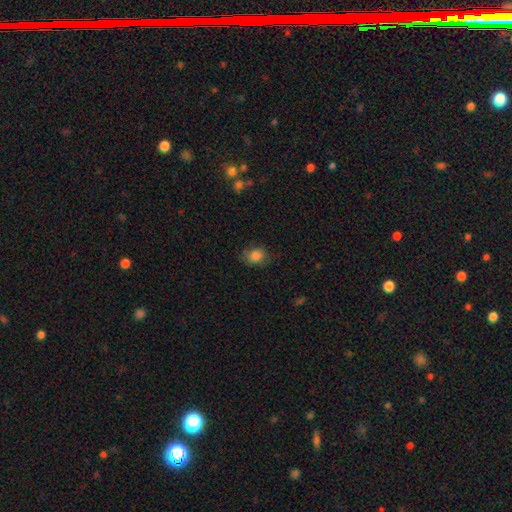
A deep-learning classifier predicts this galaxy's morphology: smooth_or_featured: smooth (p=0.83) [alt: star or artifact p=0.10]
how_rounded: round (p=0.51) [alt: in between p=0.48]
merging: none (p=0.74) [alt: minor disturbance p=0.19]